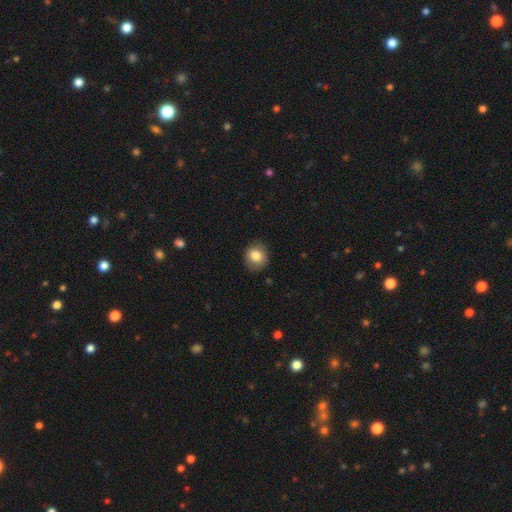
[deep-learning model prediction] smooth_or_featured: smooth (p=0.83) [alt: star or artifact p=0.09]
how_rounded: round (p=0.82) [alt: in between p=0.17]
merging: none (p=0.85) [alt: minor disturbance p=0.11]